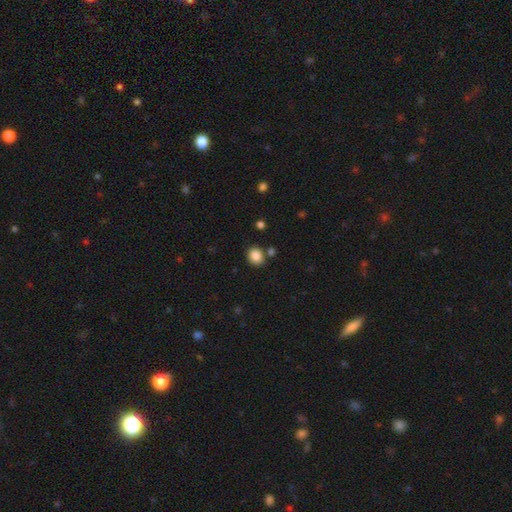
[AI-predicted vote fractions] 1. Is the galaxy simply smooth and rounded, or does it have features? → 87% smooth, 9% star or artifact, 4% featured or disk.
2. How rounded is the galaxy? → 71% round, 28% in between, 1% cigar-shaped.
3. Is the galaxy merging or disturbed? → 81% none, 9% minor disturbance, 7% merger, 3% major disturbance.